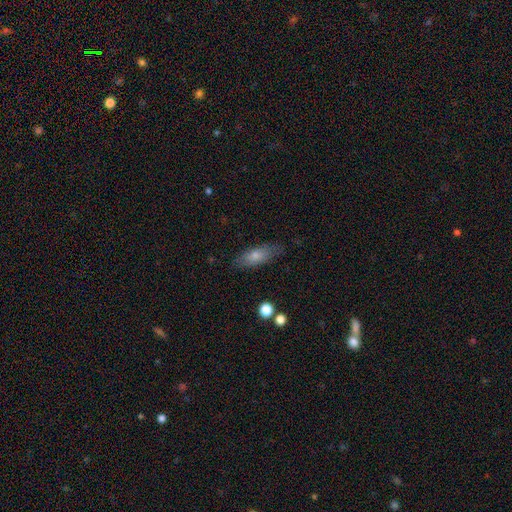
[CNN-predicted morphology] Smooth or featured: smooth — 74% (featured or disk — 19%)
How rounded: in between — 70% (cigar-shaped — 27%)
Merging: none — 77% (minor disturbance — 17%)